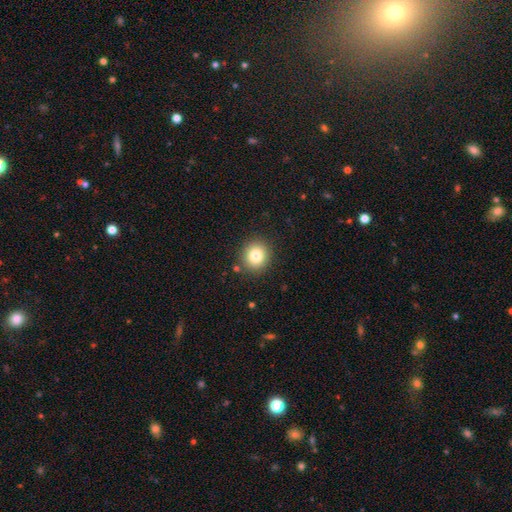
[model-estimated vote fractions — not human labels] A smooth galaxy with no disk features (81%) that is round (86%).

Vote fractions:
- Smooth or featured? smooth: 81% / star or artifact: 11% / featured or disk: 8%
- How rounded? round: 86% / in between: 13% / cigar-shaped: 1%
- Merging? none: 88% / minor disturbance: 7% / major disturbance: 2% / merger: 2%